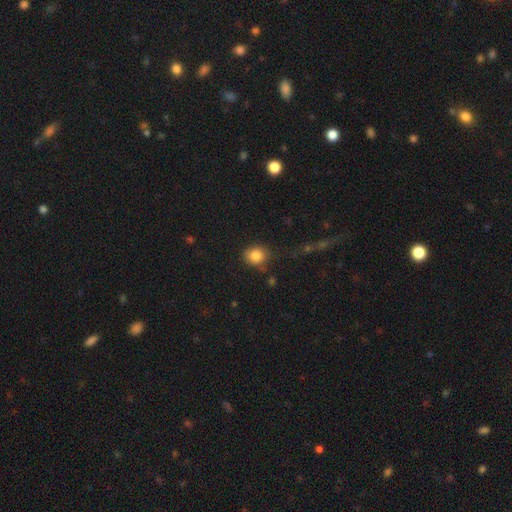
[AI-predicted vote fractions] Smooth or featured?
  - smooth: 85% *
  - star or artifact: 9%
  - featured or disk: 6%
How rounded?
  - round: 78% *
  - in between: 21%
  - cigar-shaped: 1%
Merging?
  - none: 76% *
  - minor disturbance: 16%
  - major disturbance: 5%
  - merger: 3%